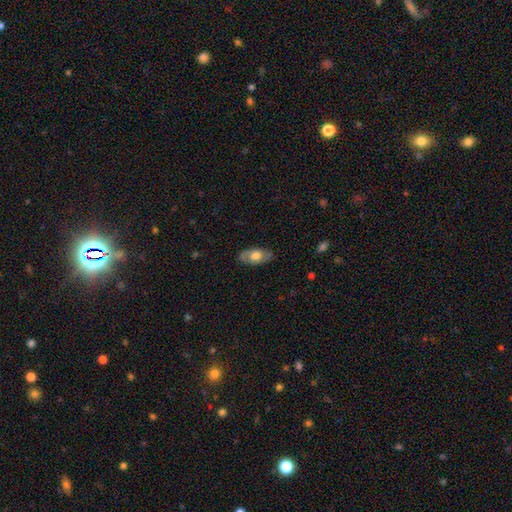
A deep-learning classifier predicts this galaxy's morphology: Smooth or featured? smooth (56%)
How rounded? in between (90%)
Merging? none (81%)